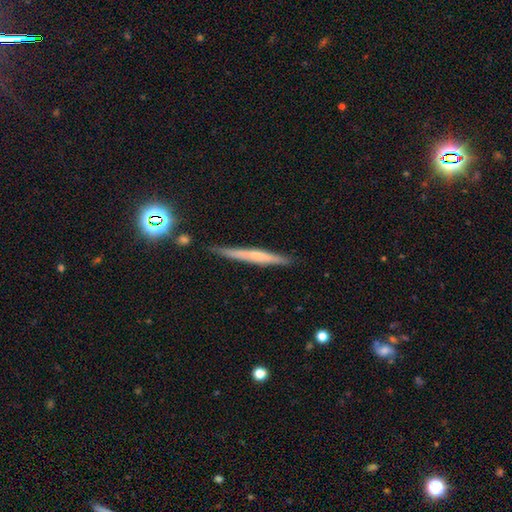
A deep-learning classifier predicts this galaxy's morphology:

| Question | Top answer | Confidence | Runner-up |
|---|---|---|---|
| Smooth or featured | featured or disk | 49% | smooth (43%) |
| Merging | none | 85% | minor disturbance (11%) |